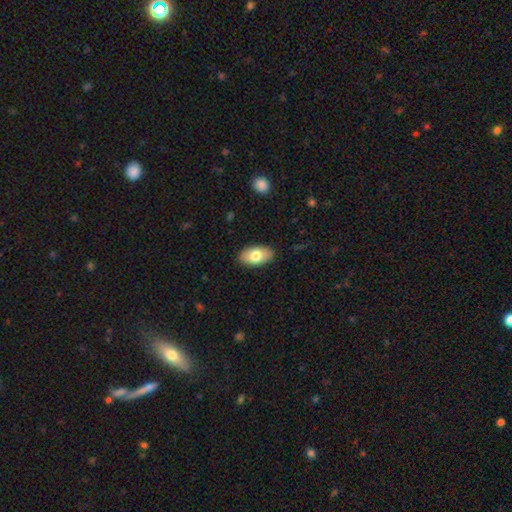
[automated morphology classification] Smooth or featured: smooth — 77% (featured or disk — 17%)
How rounded: in between — 94% (round — 4%)
Merging: none — 88% (minor disturbance — 9%)